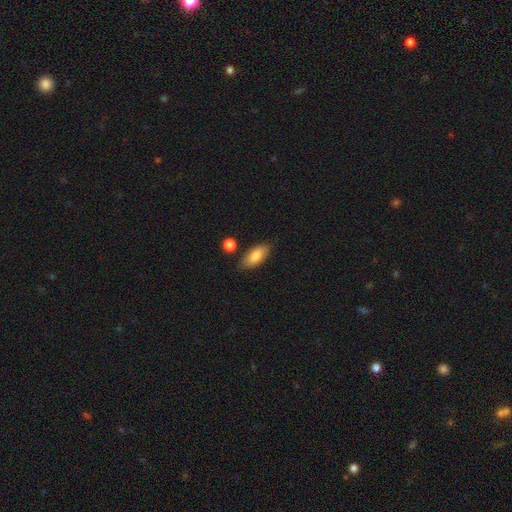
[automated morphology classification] type=smooth (83%); roundness=in between (83%); merging=none (80%).